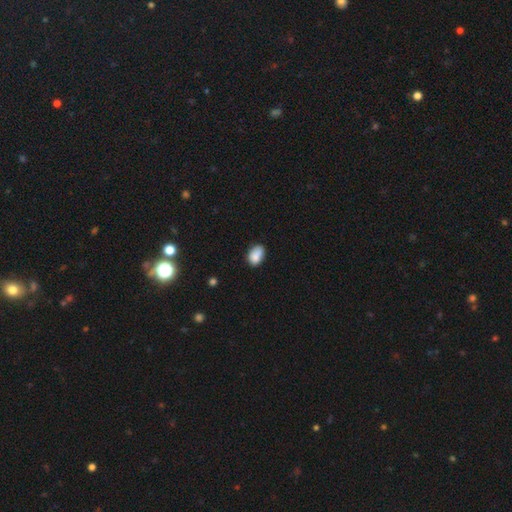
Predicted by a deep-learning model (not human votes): Smooth or featured: smooth — 86% (star or artifact — 8%)
How rounded: in between — 85% (round — 14%)
Merging: none — 70% (minor disturbance — 24%)